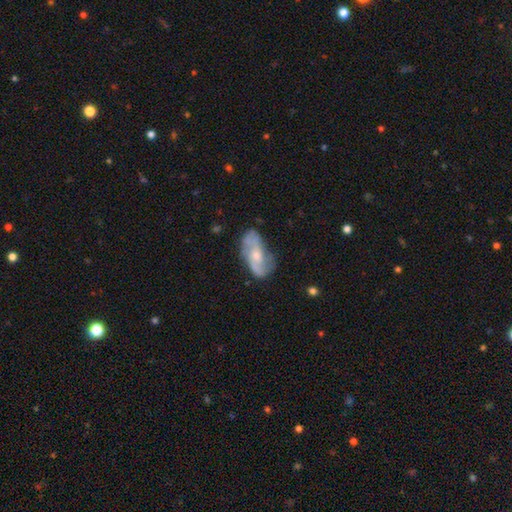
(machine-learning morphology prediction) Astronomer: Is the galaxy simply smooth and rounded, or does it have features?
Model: featured or disk — 67%.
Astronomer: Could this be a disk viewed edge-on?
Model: no — 94%.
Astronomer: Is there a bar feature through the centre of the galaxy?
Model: no — 60%.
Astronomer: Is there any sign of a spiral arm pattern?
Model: yes — 83%.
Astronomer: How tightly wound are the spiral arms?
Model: loose — 44% (runner-up: medium, 39%).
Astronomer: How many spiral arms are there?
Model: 2 — 73%.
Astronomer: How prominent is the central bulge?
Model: moderate — 54% (runner-up: small, 33%).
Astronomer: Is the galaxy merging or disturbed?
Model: none — 59%.